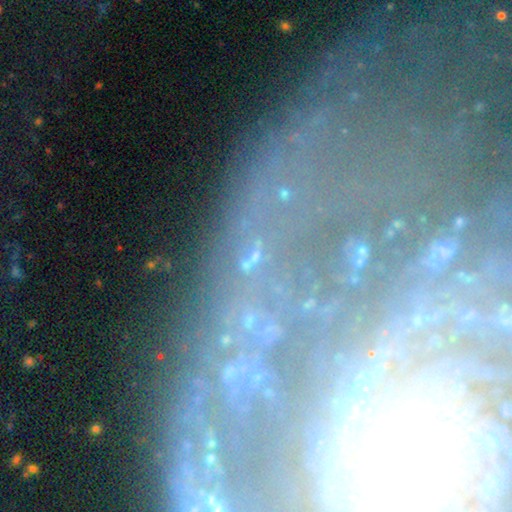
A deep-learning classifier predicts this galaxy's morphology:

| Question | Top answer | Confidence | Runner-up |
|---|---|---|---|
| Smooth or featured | star or artifact | 44% | featured or disk (38%) |